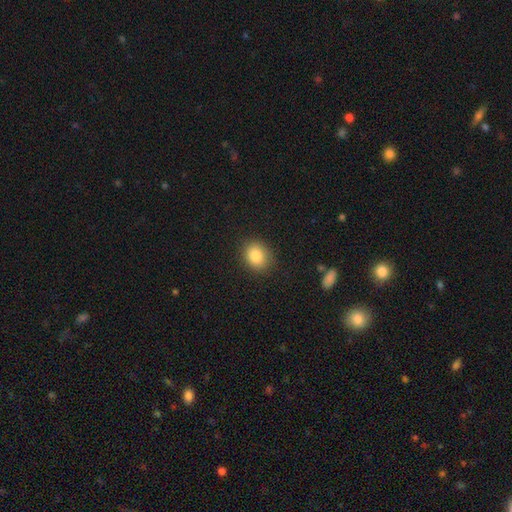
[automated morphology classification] A smooth galaxy with no disk features (83%) that is round (68%).

Vote fractions:
- Smooth or featured? smooth: 83% / star or artifact: 10% / featured or disk: 7%
- How rounded? round: 68% / in between: 31% / cigar-shaped: 1%
- Merging? none: 87% / minor disturbance: 9% / major disturbance: 3% / merger: 1%